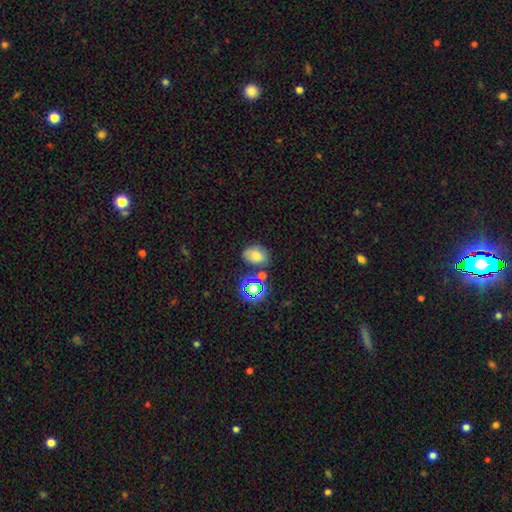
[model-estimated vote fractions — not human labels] This appears to be a smooth galaxy with no disk features (70%) that is in between round and cigar-shaped (67%). Merging: none (66%).